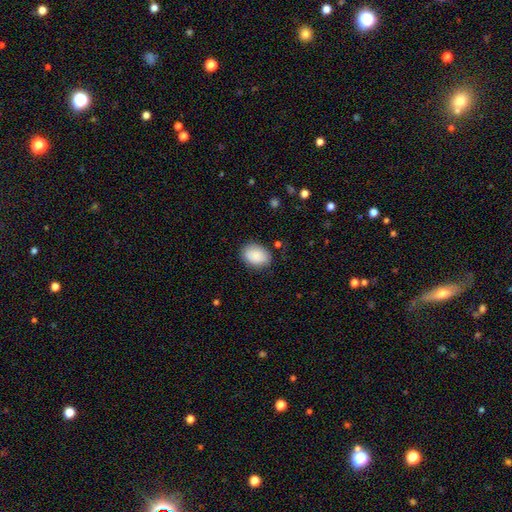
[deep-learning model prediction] Smooth or featured?
  - smooth: 89% *
  - star or artifact: 6%
  - featured or disk: 5%
How rounded?
  - in between: 79% *
  - round: 20%
  - cigar-shaped: 1%
Merging?
  - none: 82% *
  - minor disturbance: 13%
  - major disturbance: 3%
  - merger: 1%